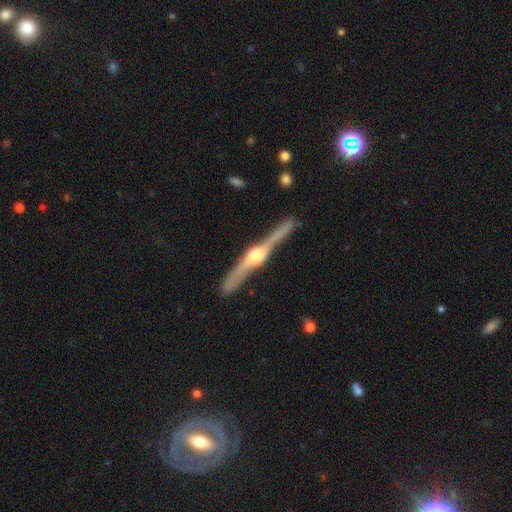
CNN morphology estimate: Smooth or featured? Predicted: featured or disk (p=0.88). Edge-on disk? Predicted: yes (p=0.98). Edge-on bulge? Predicted: rounded (p=0.93). Merging? Predicted: none (p=0.90).